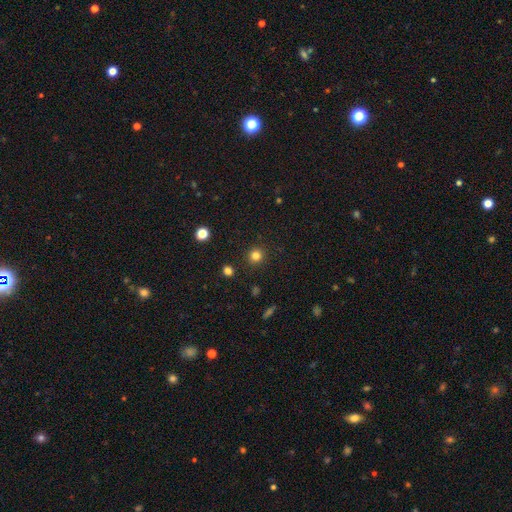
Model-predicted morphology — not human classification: A smooth galaxy with no disk features (81%) that is round (93%).

Vote fractions:
- Smooth or featured? smooth: 81% / star or artifact: 14% / featured or disk: 5%
- How rounded? round: 93% / in between: 6% / cigar-shaped: 1%
- Merging? none: 91% / minor disturbance: 5% / major disturbance: 2% / merger: 2%